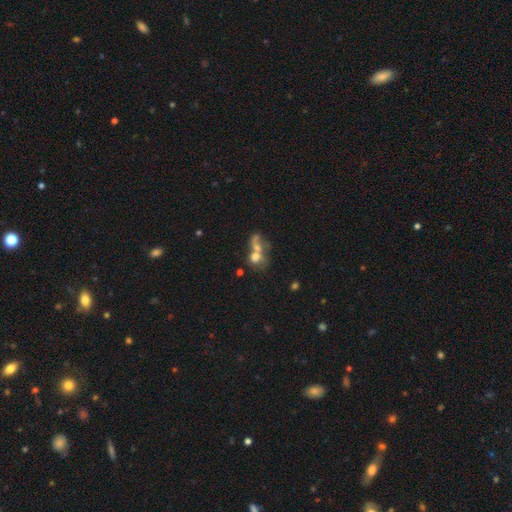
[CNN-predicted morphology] Smooth or featured?
  - smooth: 54% *
  - featured or disk: 30%
  - star or artifact: 16%
How rounded?
  - round: 55% *
  - in between: 42%
  - cigar-shaped: 3%
Merging?
  - merger: 61% *
  - none: 18%
  - major disturbance: 13%
  - minor disturbance: 8%